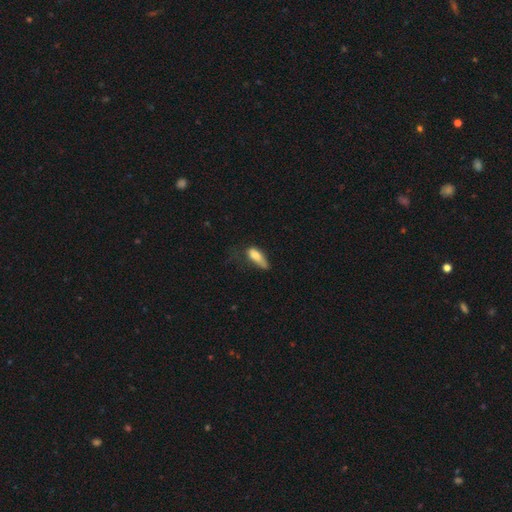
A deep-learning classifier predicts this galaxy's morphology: A smooth galaxy with no disk features (75%) that is in between round and cigar-shaped (66%).

Vote fractions:
- Smooth or featured? smooth: 75% / featured or disk: 17% / star or artifact: 8%
- How rounded? in between: 66% / cigar-shaped: 31% / round: 3%
- Merging? minor disturbance: 38% / none: 31% / major disturbance: 27% / merger: 4%